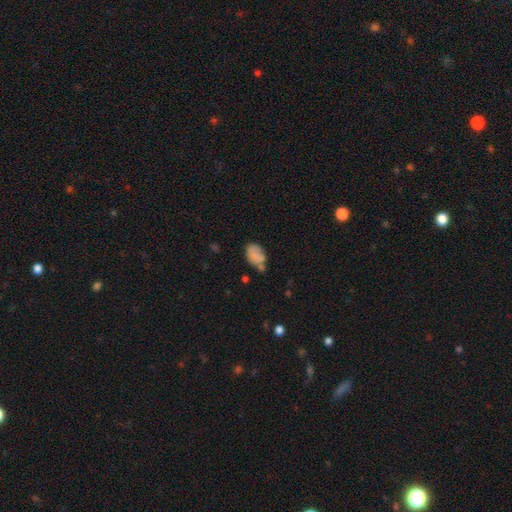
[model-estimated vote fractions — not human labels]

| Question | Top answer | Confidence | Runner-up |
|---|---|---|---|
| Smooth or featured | smooth | 79% | featured or disk (11%) |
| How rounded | in between | 84% | round (15%) |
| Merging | none | 44% | minor disturbance (31%) |